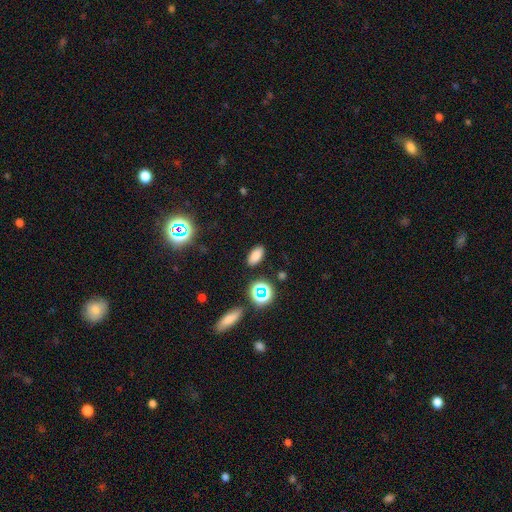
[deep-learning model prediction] A smooth galaxy with no disk features (78%) that is in between round and cigar-shaped (87%).

Vote fractions:
- Smooth or featured? smooth: 78% / star or artifact: 15% / featured or disk: 7%
- How rounded? in between: 87% / round: 7% / cigar-shaped: 6%
- Merging? none: 87% / minor disturbance: 8% / major disturbance: 2% / merger: 2%